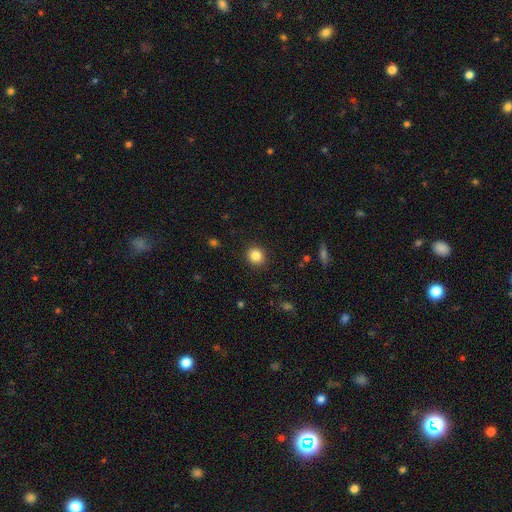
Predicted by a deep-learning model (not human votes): The model was most divided on "how rounded": round: 85%, in between: 14%, cigar-shaped: 1%. More confident: merging — none (91%); smooth or featured — smooth (85%).